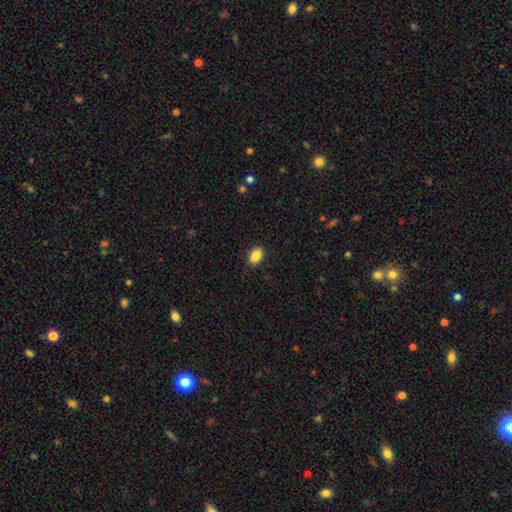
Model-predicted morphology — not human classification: This appears to be a smooth galaxy with no disk features (87%) that is in between round and cigar-shaped (88%). Merging: none (89%).